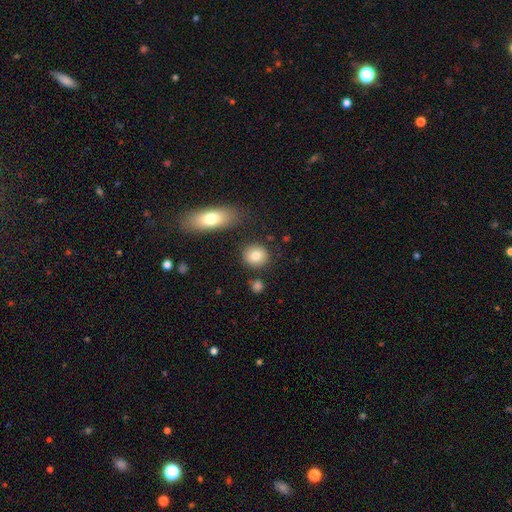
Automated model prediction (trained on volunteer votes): Q: Smooth or featured?
A: smooth (82%); runner-up: featured or disk (10%)
Q: How rounded?
A: round (84%); runner-up: in between (15%)
Q: Merging?
A: none (84%); runner-up: minor disturbance (8%)